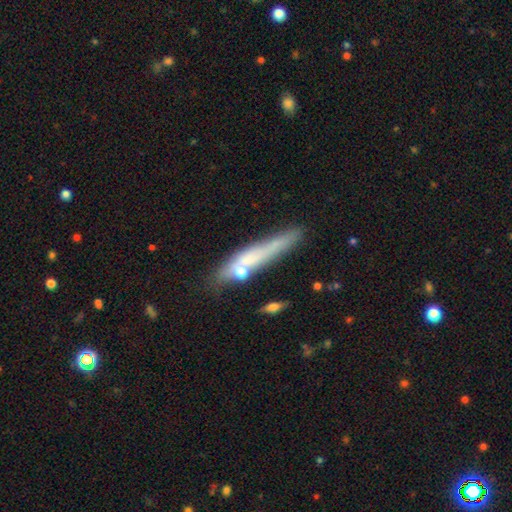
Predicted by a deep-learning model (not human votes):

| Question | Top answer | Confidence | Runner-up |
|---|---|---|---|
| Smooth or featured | smooth | 53% | featured or disk (38%) |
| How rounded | cigar-shaped | 90% | in between (7%) |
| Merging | none | 59% | minor disturbance (21%) |